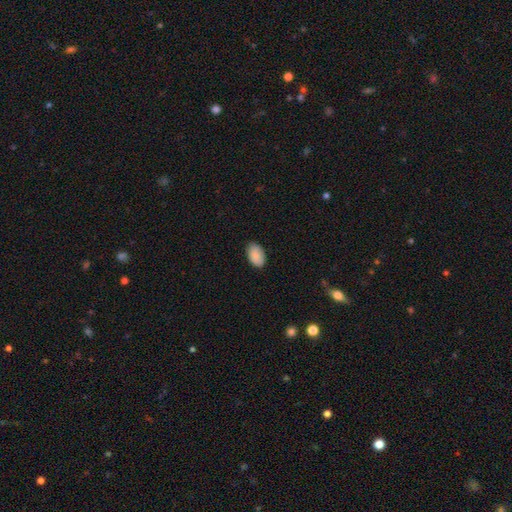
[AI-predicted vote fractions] Q: Smooth or featured?
A: smooth (88%); runner-up: star or artifact (6%)
Q: How rounded?
A: in between (92%); runner-up: round (7%)
Q: Merging?
A: none (84%); runner-up: minor disturbance (13%)